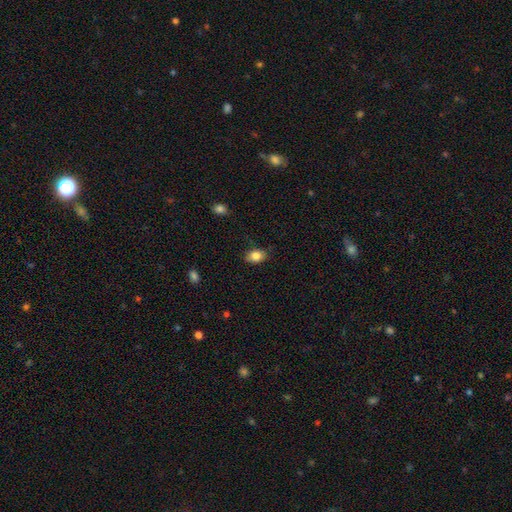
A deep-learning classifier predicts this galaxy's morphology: Smooth or featured?
  - smooth: 84% *
  - star or artifact: 8%
  - featured or disk: 8%
How rounded?
  - in between: 80% *
  - round: 18%
  - cigar-shaped: 1%
Merging?
  - none: 83% *
  - minor disturbance: 13%
  - major disturbance: 3%
  - merger: 1%